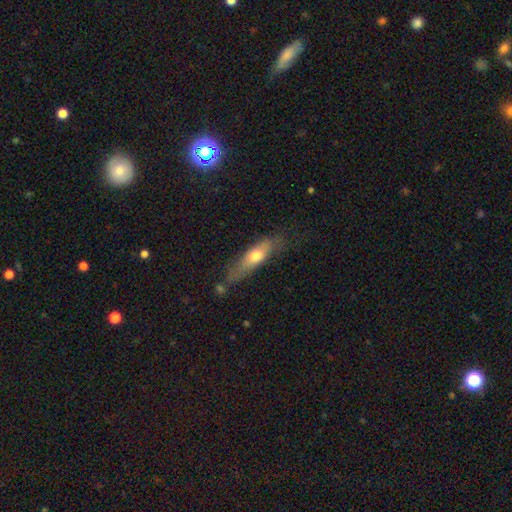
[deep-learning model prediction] smooth 58%, featured or disk 35%, star or artifact 6%. Down the decision tree: how rounded — cigar-shaped (58%); merging — none (61%).